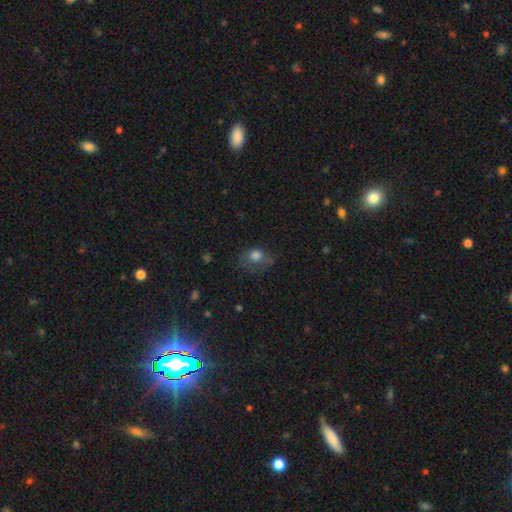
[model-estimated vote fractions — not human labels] smooth_or_featured: smooth (p=0.73) [alt: featured or disk p=0.15]
how_rounded: round (p=0.52) [alt: in between p=0.47]
merging: none (p=0.40) [alt: minor disturbance p=0.30]